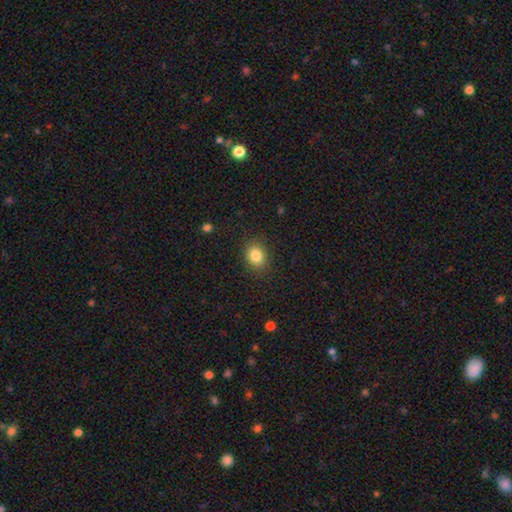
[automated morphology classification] Smooth or featured? Predicted: smooth (p=0.84). How rounded? Predicted: round (p=0.56). Merging? Predicted: none (p=0.87).